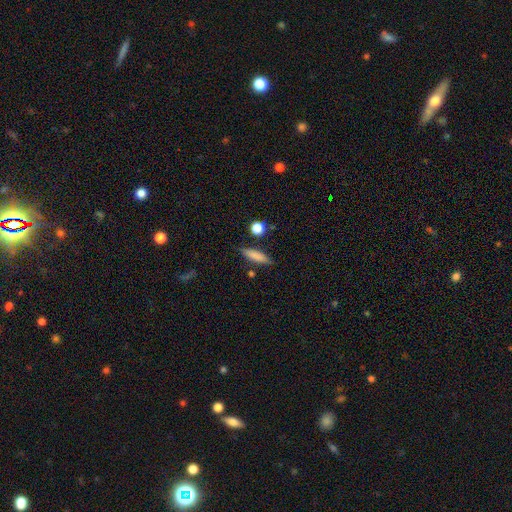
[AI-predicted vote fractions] smooth_or_featured: smooth (p=0.80) [alt: featured or disk p=0.12]
how_rounded: cigar-shaped (p=0.68) [alt: in between p=0.29]
merging: none (p=0.80) [alt: minor disturbance p=0.13]